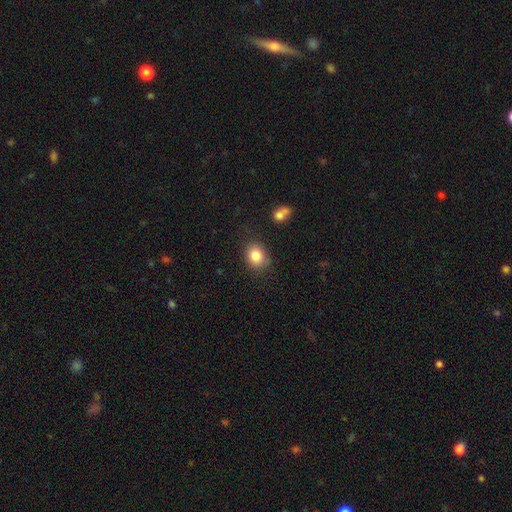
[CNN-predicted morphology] smooth-or-featured: smooth: 84% | star or artifact: 10% | featured or disk: 6%
  how-rounded: round: 56% | in between: 43% | cigar-shaped: 1%
  merging: none: 77% | minor disturbance: 16% | major disturbance: 4% | merger: 3%